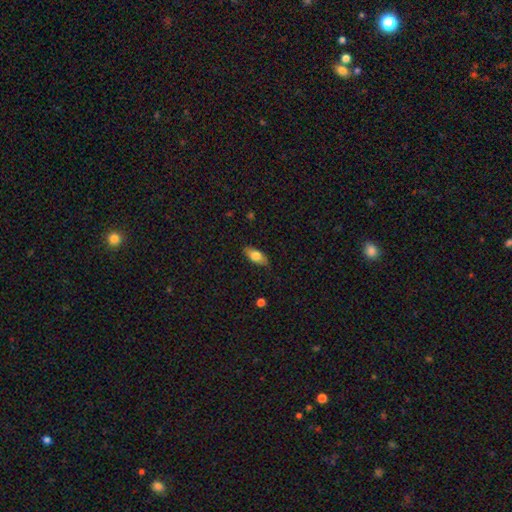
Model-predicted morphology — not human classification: smooth_or_featured: smooth (p=0.71) [alt: featured or disk p=0.22]
how_rounded: in between (p=0.83) [alt: cigar-shaped p=0.14]
merging: none (p=0.85) [alt: minor disturbance p=0.12]